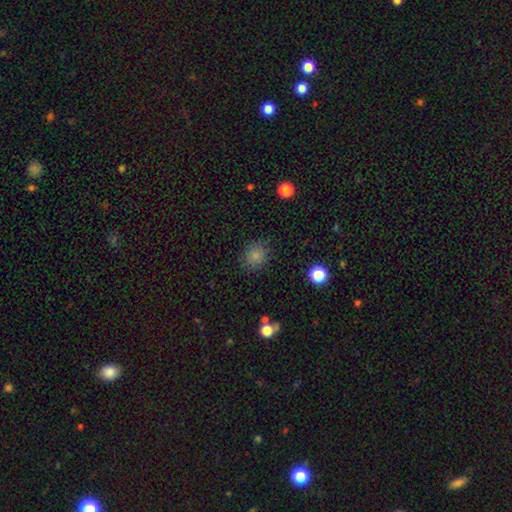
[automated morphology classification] smooth_or_featured: smooth (p=0.83) [alt: star or artifact p=0.11]
how_rounded: round (p=0.80) [alt: in between p=0.19]
merging: none (p=0.84) [alt: minor disturbance p=0.11]